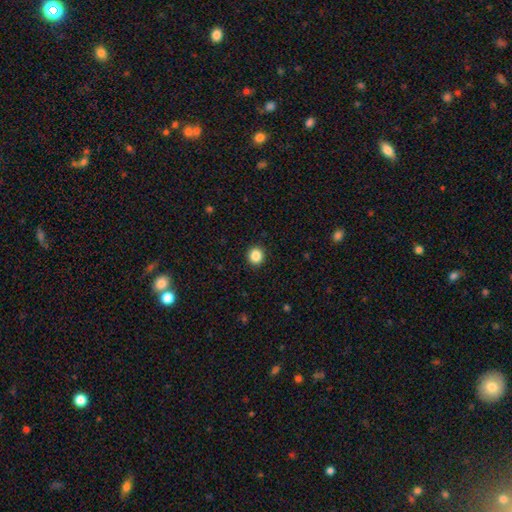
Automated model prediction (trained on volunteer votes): Smooth or featured? Predicted: smooth (p=0.86). How rounded? Predicted: round (p=0.93). Merging? Predicted: none (p=0.93).